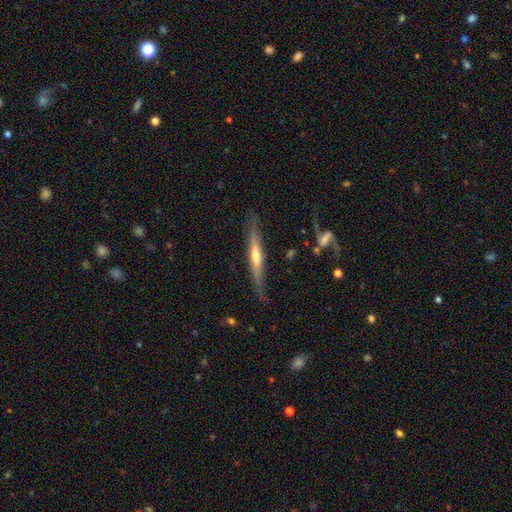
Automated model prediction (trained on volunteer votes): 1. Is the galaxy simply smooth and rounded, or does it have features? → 67% featured or disk, 27% smooth, 5% star or artifact.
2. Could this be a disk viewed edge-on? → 91% yes, 9% no.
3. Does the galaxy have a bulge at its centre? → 69% rounded, 24% none, 7% boxy.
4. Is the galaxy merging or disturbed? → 75% none, 17% minor disturbance, 5% major disturbance, 3% merger.